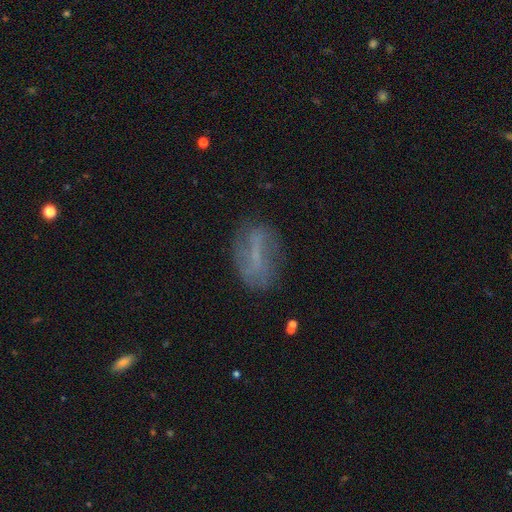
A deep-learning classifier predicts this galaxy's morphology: type=featured or disk (50%); merging=none (68%).